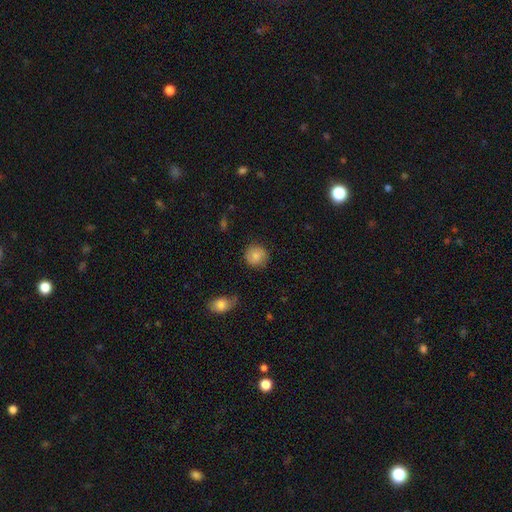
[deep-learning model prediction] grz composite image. It shows a smooth galaxy with no disk features (81%) that is round (89%). Merging: none (83%).